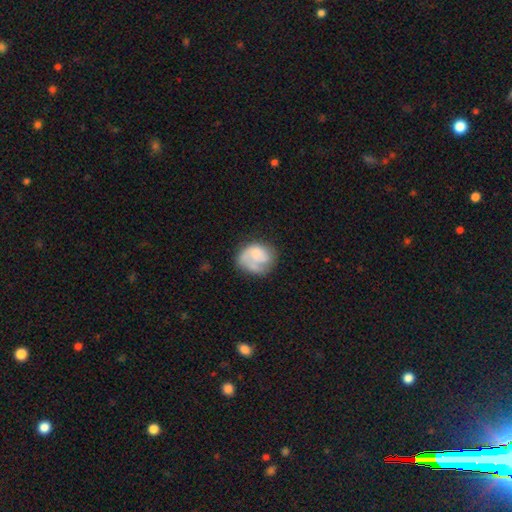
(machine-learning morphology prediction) Smooth or featured: featured or disk — 50% (smooth — 43%)
Edge-on disk: no — 98% (yes — 2%)
Merging: none — 49% (minor disturbance — 24%)